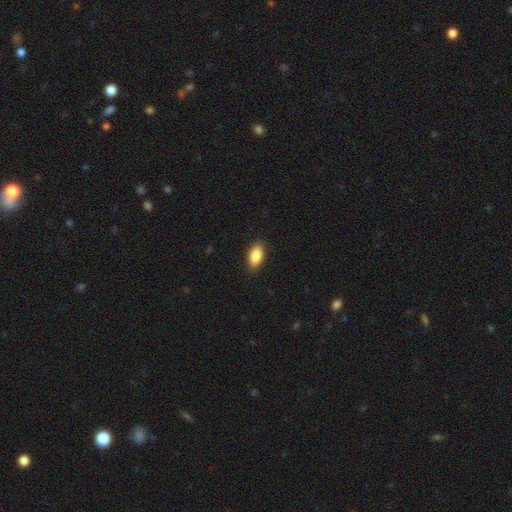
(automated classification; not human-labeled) The model was most divided on "merging": none: 89%, minor disturbance: 8%, major disturbance: 2%, merger: 1%. More confident: how rounded — in between (91%); smooth or featured — smooth (88%).